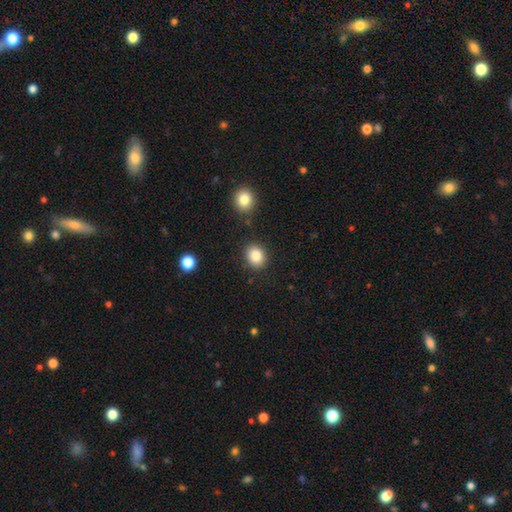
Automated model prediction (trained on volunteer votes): The model was most divided on "how rounded": round: 59%, in between: 40%, cigar-shaped: 1%. More confident: merging — none (86%); smooth or featured — smooth (86%).